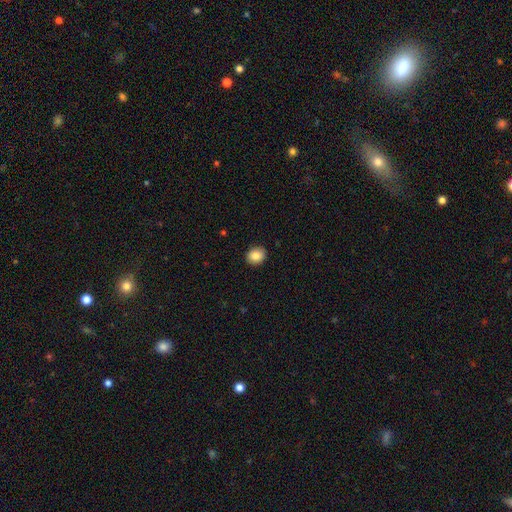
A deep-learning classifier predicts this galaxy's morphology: Smooth or featured? smooth (86%)
How rounded? round (63%)
Merging? none (90%)